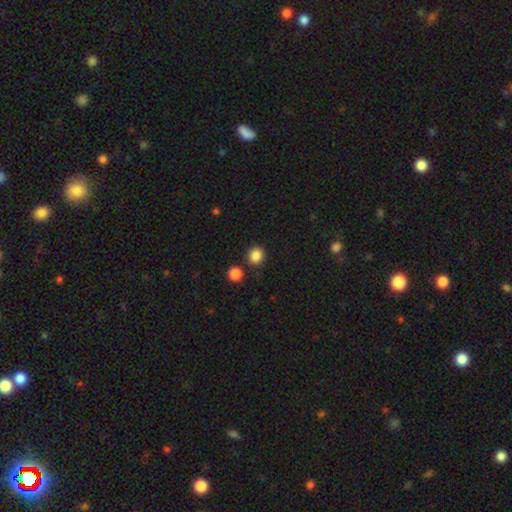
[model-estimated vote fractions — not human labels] smooth-or-featured: smooth: 86% | star or artifact: 11% | featured or disk: 3%
  how-rounded: round: 87% | in between: 12% | cigar-shaped: 1%
  merging: none: 87% | minor disturbance: 6% | merger: 4% | major disturbance: 2%